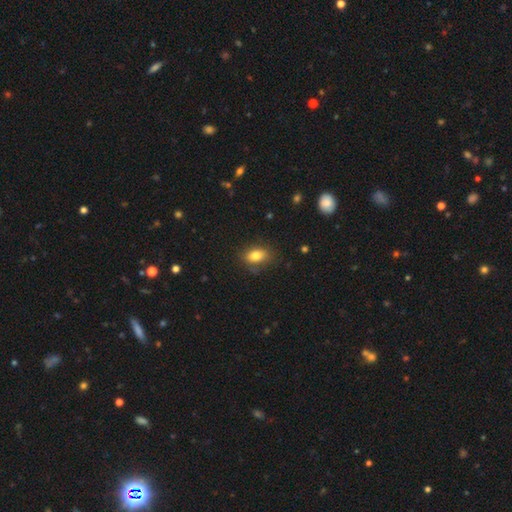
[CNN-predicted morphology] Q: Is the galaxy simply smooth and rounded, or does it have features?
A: smooth — 81%.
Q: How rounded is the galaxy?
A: in between — 82%.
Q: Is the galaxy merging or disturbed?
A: none — 77%.